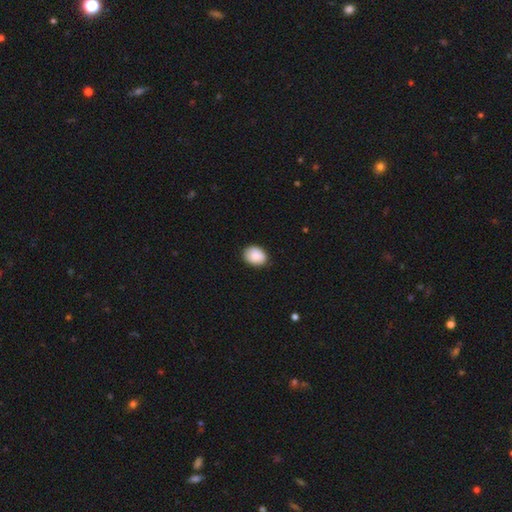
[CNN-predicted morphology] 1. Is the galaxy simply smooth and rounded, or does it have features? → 87% smooth, 7% star or artifact, 7% featured or disk.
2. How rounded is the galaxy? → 64% in between, 35% round, 1% cigar-shaped.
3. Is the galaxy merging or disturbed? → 85% none, 12% minor disturbance, 2% major disturbance, 1% merger.